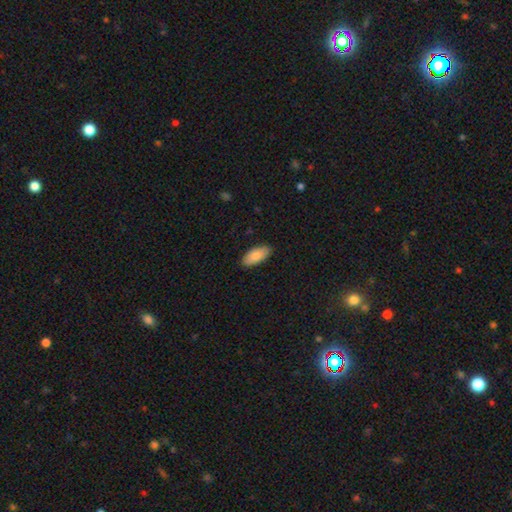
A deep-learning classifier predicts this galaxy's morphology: type=smooth (88%); roundness=in between (90%); merging=none (87%).